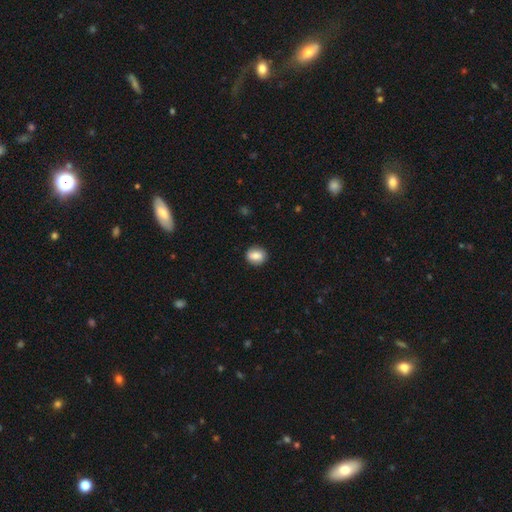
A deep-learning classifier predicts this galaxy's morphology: Smooth or featured?
  - smooth: 79% *
  - featured or disk: 12%
  - star or artifact: 8%
How rounded?
  - round: 66% *
  - in between: 33%
  - cigar-shaped: 1%
Merging?
  - none: 88% *
  - minor disturbance: 9%
  - major disturbance: 2%
  - merger: 1%